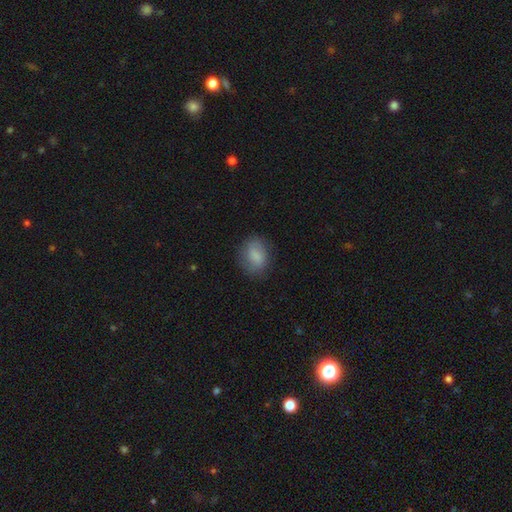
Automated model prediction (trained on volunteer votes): This appears to be a smooth galaxy with no disk features (80%) that is in between round and cigar-shaped (66%). Merging: none (77%).